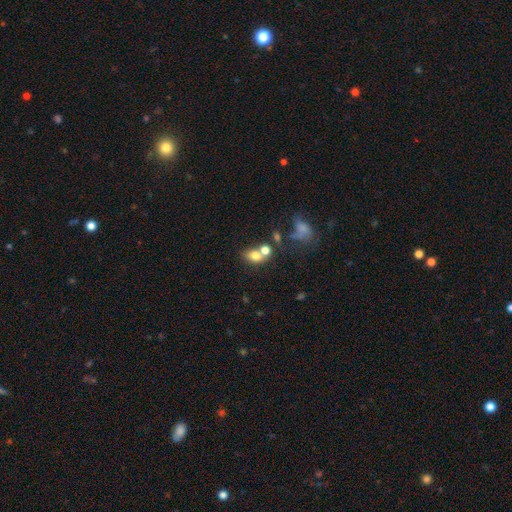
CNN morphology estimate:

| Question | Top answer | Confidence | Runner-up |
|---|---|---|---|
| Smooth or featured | smooth | 73% | featured or disk (14%) |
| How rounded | in between | 67% | round (31%) |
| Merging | merger | 46% | none (36%) |